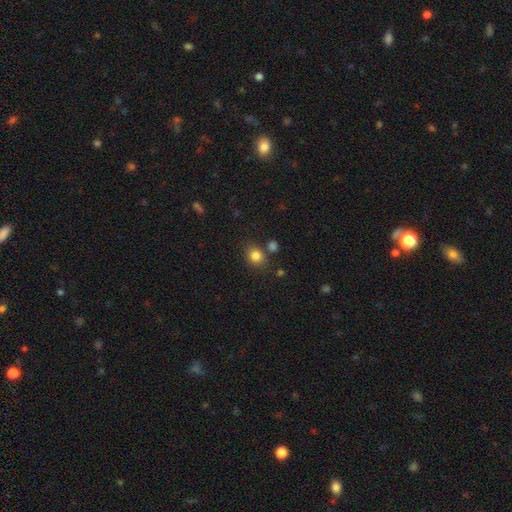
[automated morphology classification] Q: Smooth or featured?
A: smooth (83%); runner-up: star or artifact (12%)
Q: How rounded?
A: round (73%); runner-up: in between (26%)
Q: Merging?
A: none (77%); runner-up: minor disturbance (10%)